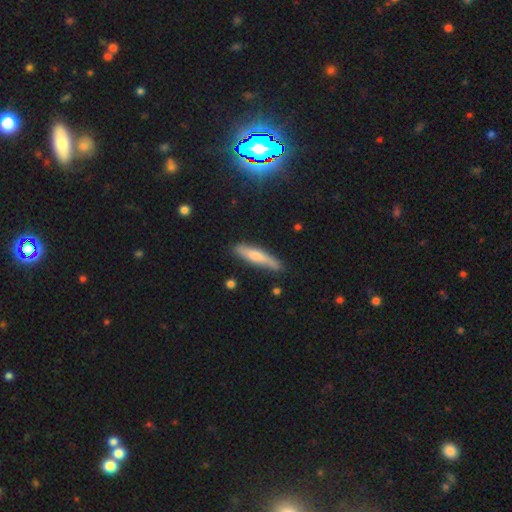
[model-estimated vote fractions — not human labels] Overall: smooth (60%; featured or disk 32%). How rounded: cigar-shaped (86%). Merging: none (80%).